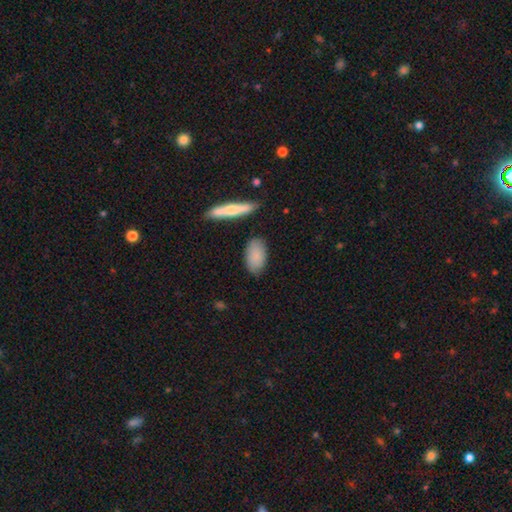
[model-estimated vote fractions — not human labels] This is clearly a smooth galaxy (86%). How rounded: clearly in between (92%). Merging: likely none (79%).